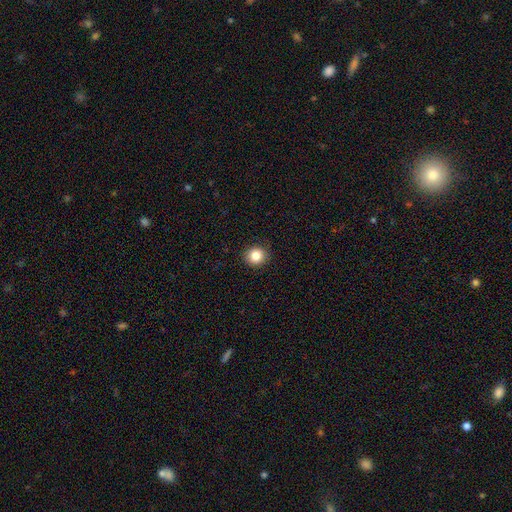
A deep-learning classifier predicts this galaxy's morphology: Smooth or featured? smooth (85%)
How rounded? round (90%)
Merging? none (91%)